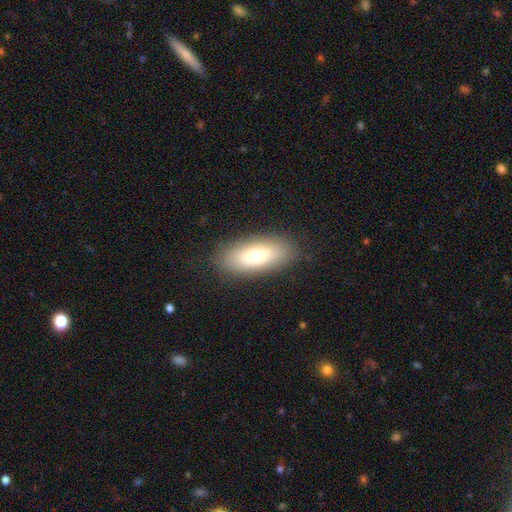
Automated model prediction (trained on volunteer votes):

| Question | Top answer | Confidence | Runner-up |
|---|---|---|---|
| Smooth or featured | smooth | 75% | featured or disk (17%) |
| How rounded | in between | 85% | cigar-shaped (12%) |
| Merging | none | 86% | minor disturbance (10%) |